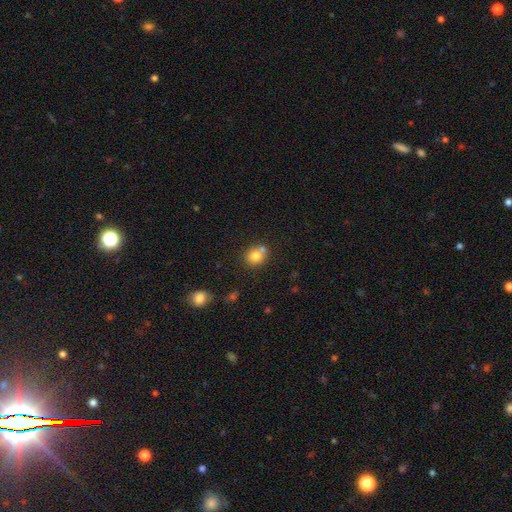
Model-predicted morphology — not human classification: Smooth or featured: smooth — 78% (featured or disk — 11%)
How rounded: round — 79% (in between — 20%)
Merging: none — 56% (merger — 31%)